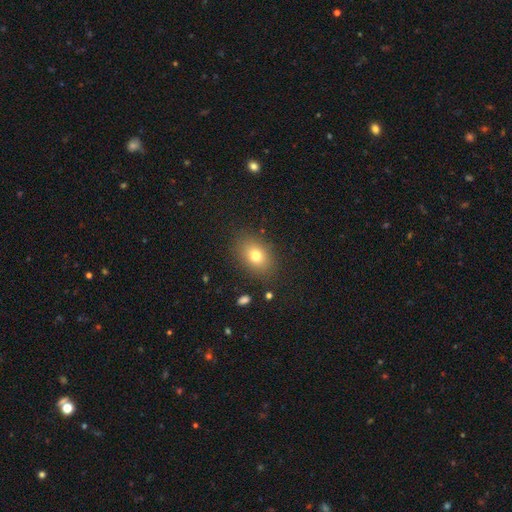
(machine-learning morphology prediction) type=smooth (76%); roundness=in between (73%); merging=none (85%).